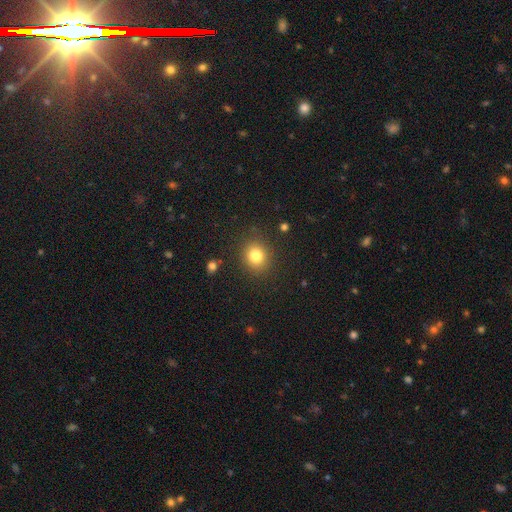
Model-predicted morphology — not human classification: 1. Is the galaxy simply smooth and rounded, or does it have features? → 81% smooth, 12% star or artifact, 7% featured or disk.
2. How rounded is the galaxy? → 79% round, 20% in between, 1% cigar-shaped.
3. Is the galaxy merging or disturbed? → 87% none, 8% minor disturbance, 3% major disturbance, 2% merger.